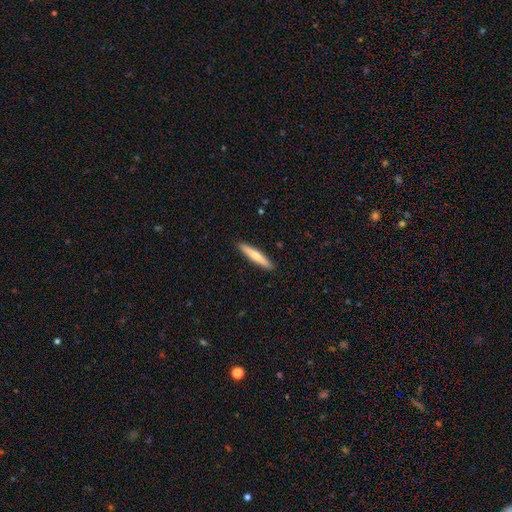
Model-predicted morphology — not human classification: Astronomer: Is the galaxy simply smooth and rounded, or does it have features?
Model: smooth — 64%.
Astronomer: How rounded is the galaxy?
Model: cigar-shaped — 94%.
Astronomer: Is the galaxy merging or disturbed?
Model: none — 92%.